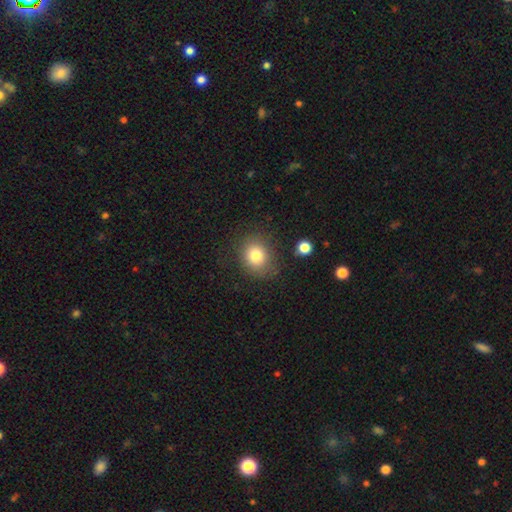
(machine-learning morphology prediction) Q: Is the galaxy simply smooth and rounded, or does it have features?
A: smooth — 80%.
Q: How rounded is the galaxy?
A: round — 68%.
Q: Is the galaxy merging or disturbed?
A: none — 80%.